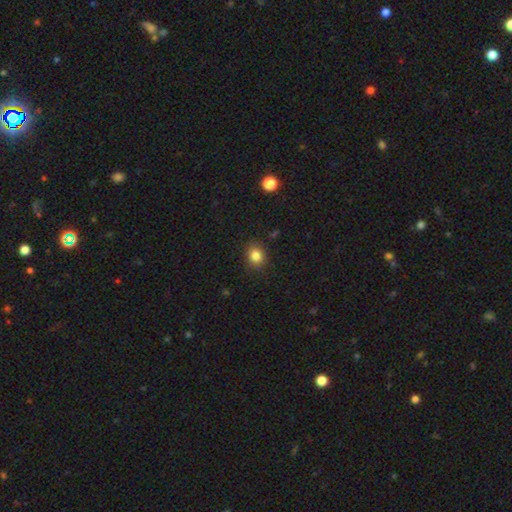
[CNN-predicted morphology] Smooth or featured? Predicted: smooth (p=0.84). How rounded? Predicted: round (p=0.68). Merging? Predicted: none (p=0.87).